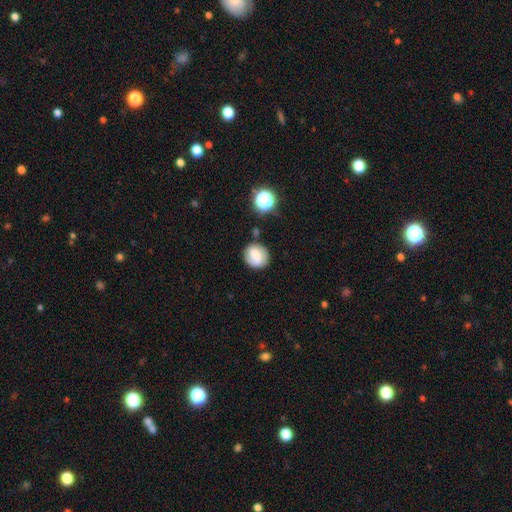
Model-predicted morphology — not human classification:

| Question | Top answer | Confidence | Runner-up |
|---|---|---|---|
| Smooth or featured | smooth | 70% | featured or disk (20%) |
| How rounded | round | 77% | in between (22%) |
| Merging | none | 75% | minor disturbance (15%) |